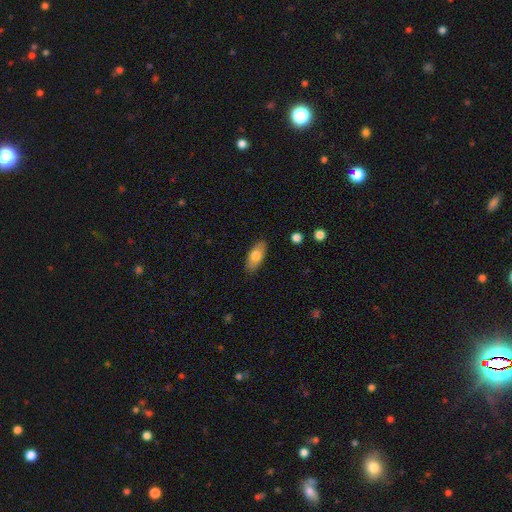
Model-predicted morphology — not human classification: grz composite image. It shows a smooth galaxy with no disk features (72%) that is in between round and cigar-shaped (86%). Merging: none (85%).